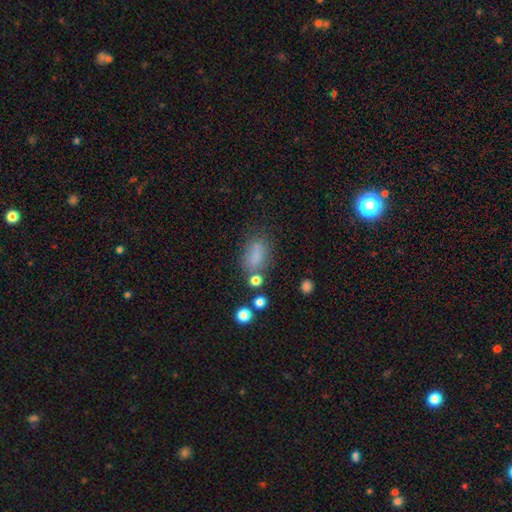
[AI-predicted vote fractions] Smooth or featured? Predicted: smooth (p=0.74). How rounded? Predicted: in between (p=0.81). Merging? Predicted: none (p=0.59).